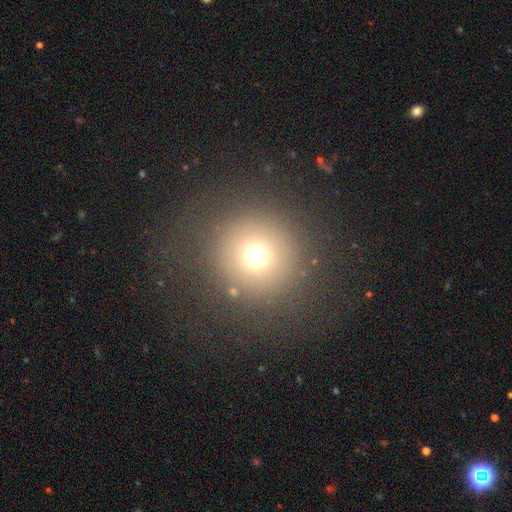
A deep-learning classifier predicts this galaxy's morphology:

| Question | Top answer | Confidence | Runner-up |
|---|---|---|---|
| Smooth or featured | smooth | 70% | star or artifact (20%) |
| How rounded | round | 96% | in between (3%) |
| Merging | none | 84% | minor disturbance (7%) |